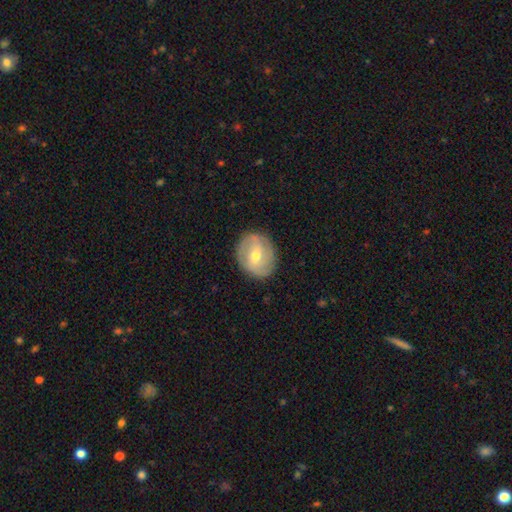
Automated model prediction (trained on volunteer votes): smooth-or-featured: featured or disk: 66% | smooth: 28% | star or artifact: 6%
  disk-edge-on: no: 96% | yes: 4%
    bar: weak: 52% | no: 26% | strong: 23%
    has-spiral-arms: yes: 78% | no: 22%
    bulge-size: moderate: 60% | small: 36% | large: 2% | none: 1% | dominant: 1%
  merging: none: 84% | minor disturbance: 11% | major disturbance: 4% | merger: 1%